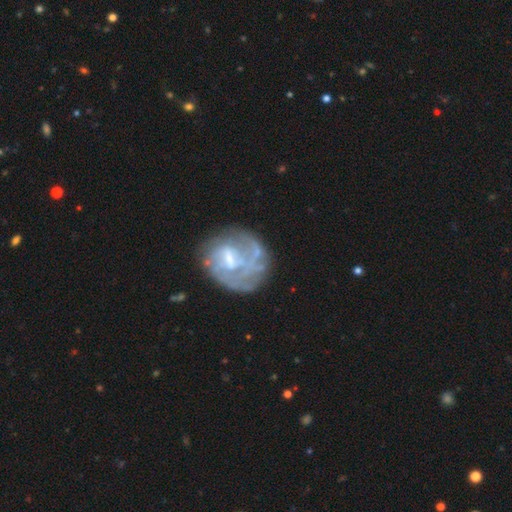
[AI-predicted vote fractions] This appears to be a featured or disk galaxy (72%) with a weak bar (51%), spiral arms (63%) and a moderate central bulge (34%). Merging: none (53%).